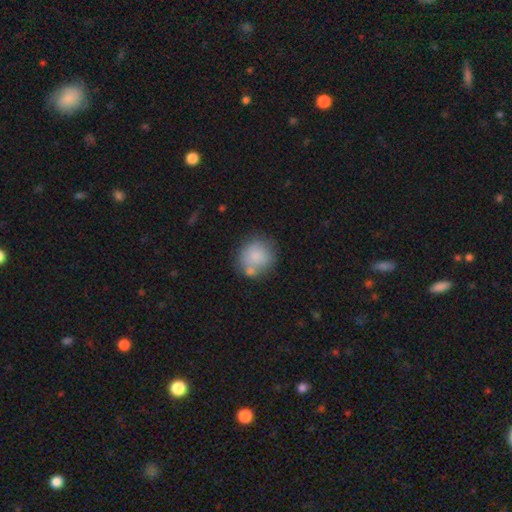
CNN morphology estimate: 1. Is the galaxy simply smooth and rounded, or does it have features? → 81% smooth, 11% featured or disk, 8% star or artifact.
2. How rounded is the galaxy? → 86% round, 13% in between, 1% cigar-shaped.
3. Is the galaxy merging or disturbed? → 58% none, 19% merger, 17% minor disturbance, 6% major disturbance.